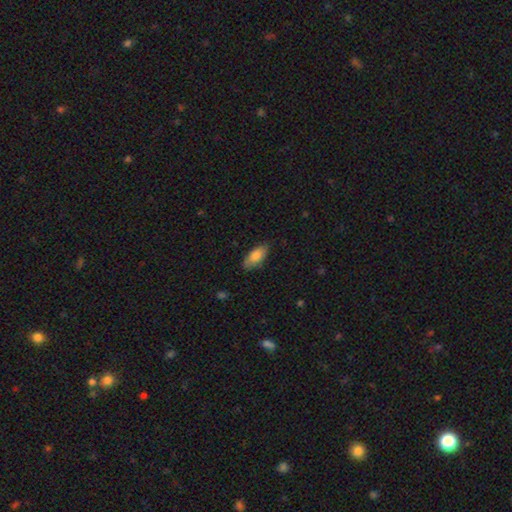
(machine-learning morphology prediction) This is clearly a smooth galaxy (80%). How rounded: clearly in between (87%). Merging: clearly none (81%).